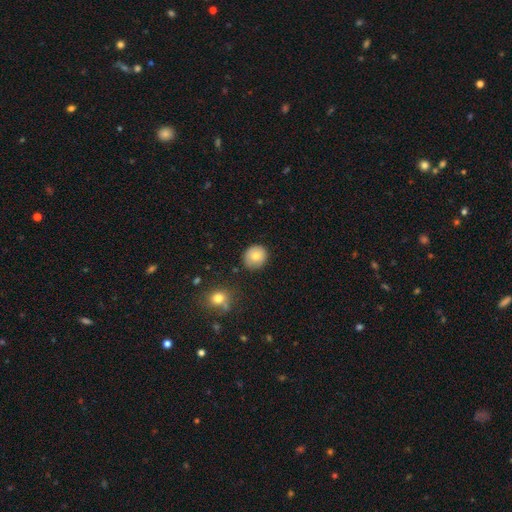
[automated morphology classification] Smooth or featured: smooth — 77% (featured or disk — 14%)
How rounded: round — 86% (in between — 13%)
Merging: none — 84% (minor disturbance — 11%)